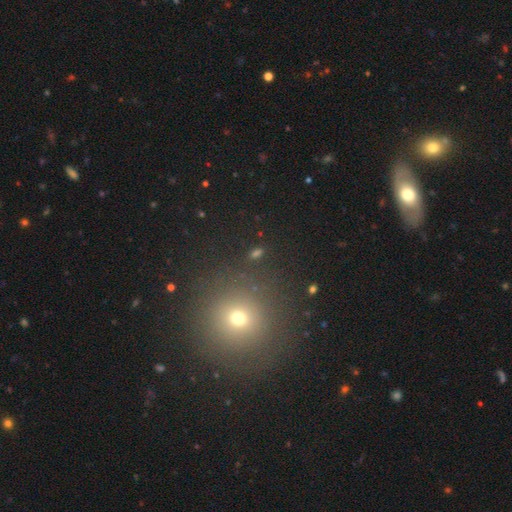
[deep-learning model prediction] Smooth or featured? smooth (53%)
How rounded? round (91%)
Merging? none (88%)